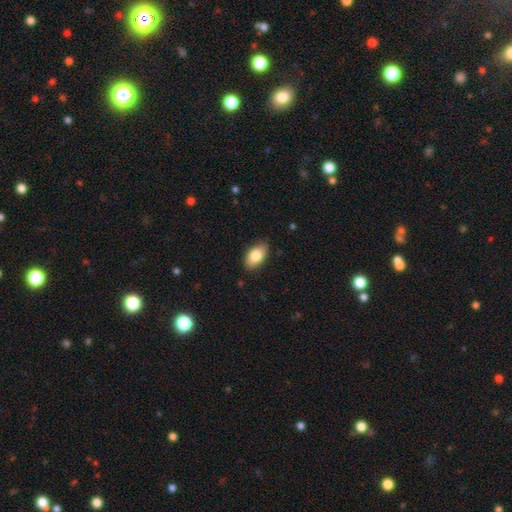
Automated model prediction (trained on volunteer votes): Morphology: type=smooth (81%); roundness=in between (92%); merging=none (83%).